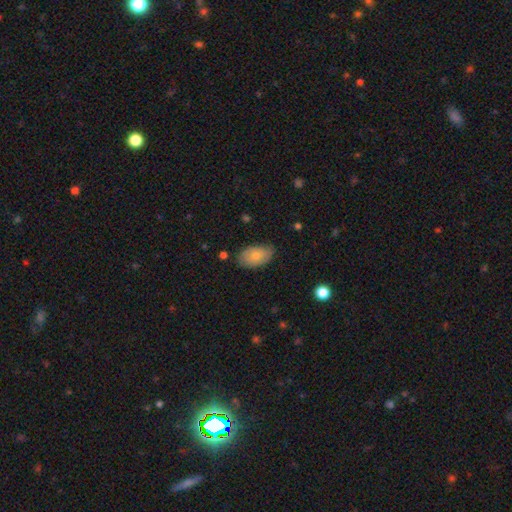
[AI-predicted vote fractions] Smooth or featured? Predicted: smooth (p=0.72). How rounded? Predicted: in between (p=0.93). Merging? Predicted: none (p=0.77).